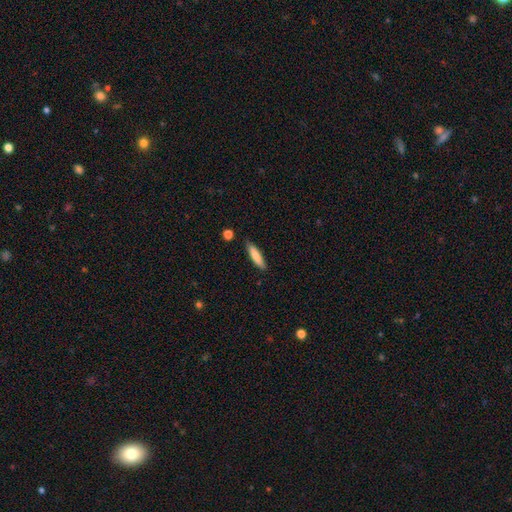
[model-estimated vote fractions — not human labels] Smooth or featured? smooth (79%)
How rounded? cigar-shaped (80%)
Merging? none (86%)